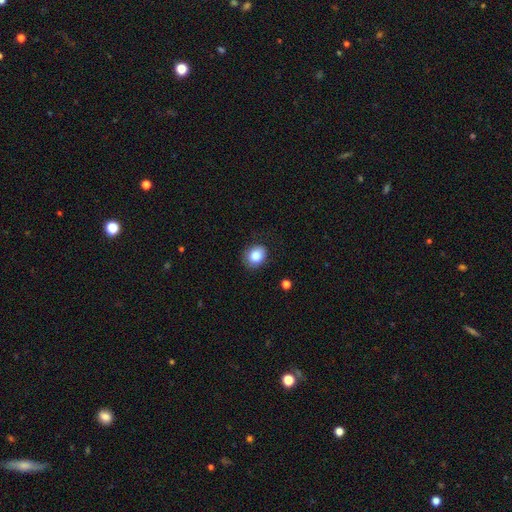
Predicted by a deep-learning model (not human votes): This appears to be a smooth galaxy with no disk features (84%) that is round (56%). Merging: none (80%).